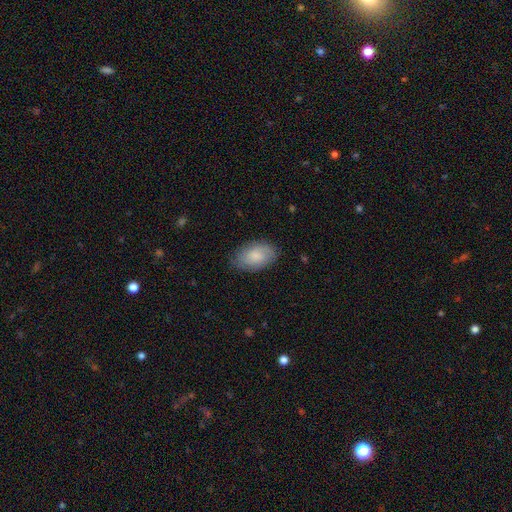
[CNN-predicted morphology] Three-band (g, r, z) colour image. It shows a smooth galaxy with no disk features (78%) that is in between round and cigar-shaped (94%). Merging: none (79%).